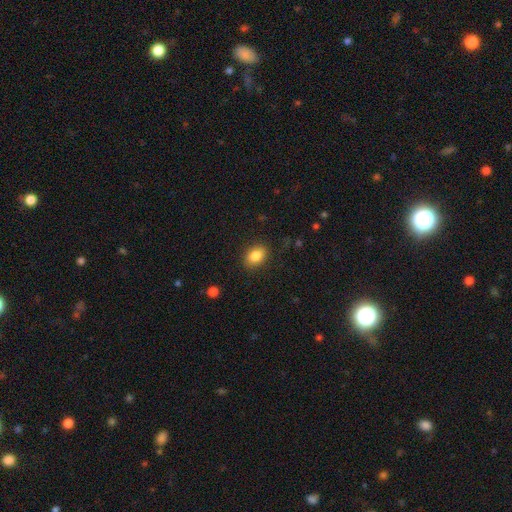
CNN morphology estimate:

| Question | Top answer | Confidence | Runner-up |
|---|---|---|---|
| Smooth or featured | smooth | 85% | star or artifact (9%) |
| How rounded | in between | 72% | round (27%) |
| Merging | none | 87% | minor disturbance (9%) |